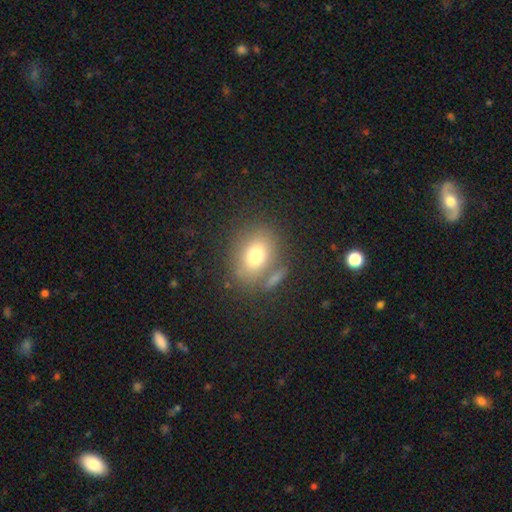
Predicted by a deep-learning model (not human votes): smooth_or_featured: smooth (p=0.75) [alt: featured or disk p=0.14]
how_rounded: in between (p=0.60) [alt: round p=0.38]
merging: none (p=0.68) [alt: minor disturbance p=0.13]